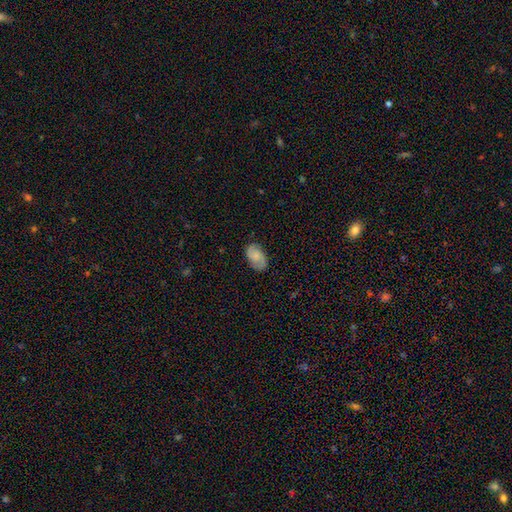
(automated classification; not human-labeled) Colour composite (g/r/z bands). It shows a featured or disk galaxy (53%) with no bar (63%), spiral arms (92%) and no central bulge (39%). Merging: none (82%).